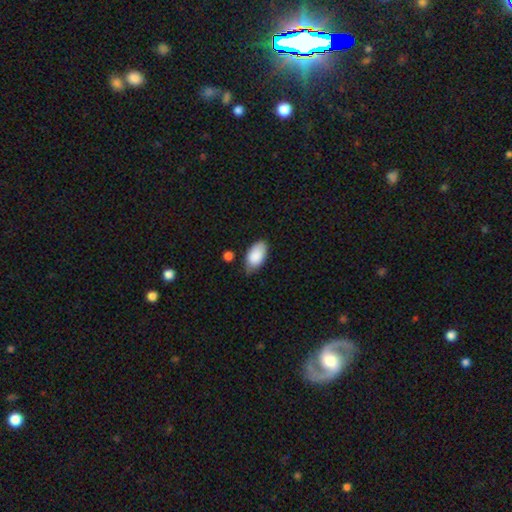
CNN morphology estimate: Q: Smooth or featured?
A: smooth (88%); runner-up: star or artifact (6%)
Q: How rounded?
A: in between (94%); runner-up: round (3%)
Q: Merging?
A: none (64%); runner-up: minor disturbance (28%)